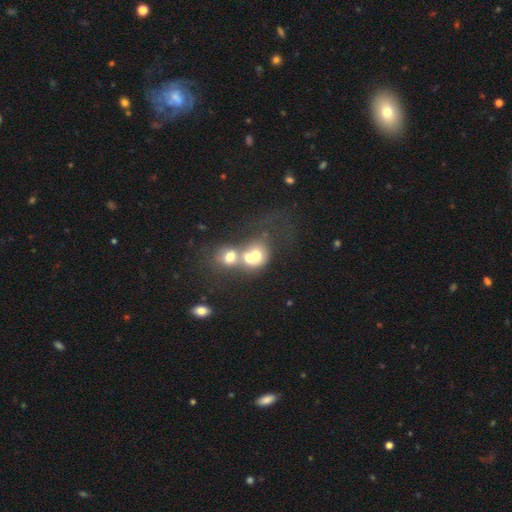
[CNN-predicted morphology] smooth-or-featured: smooth: 58% | featured or disk: 29% | star or artifact: 13%
  how-rounded: round: 63% | in between: 36% | cigar-shaped: 1%
  merging: merger: 69% | none: 18% | major disturbance: 7% | minor disturbance: 6%